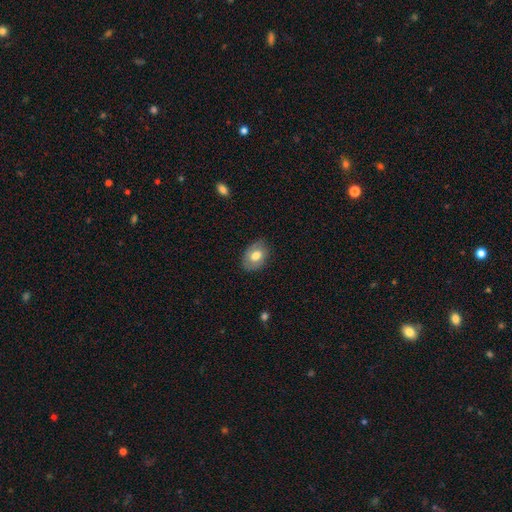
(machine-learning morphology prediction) Smooth or featured? smooth (68%)
How rounded? in between (80%)
Merging? none (77%)